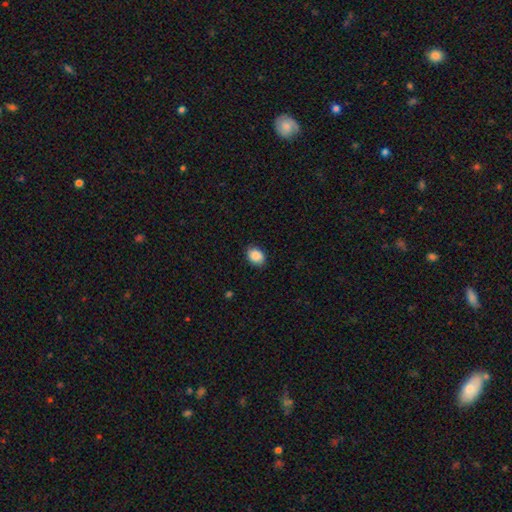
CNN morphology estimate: This appears to be a smooth galaxy with no disk features (89%) that is in between round and cigar-shaped (69%). Merging: none (86%).